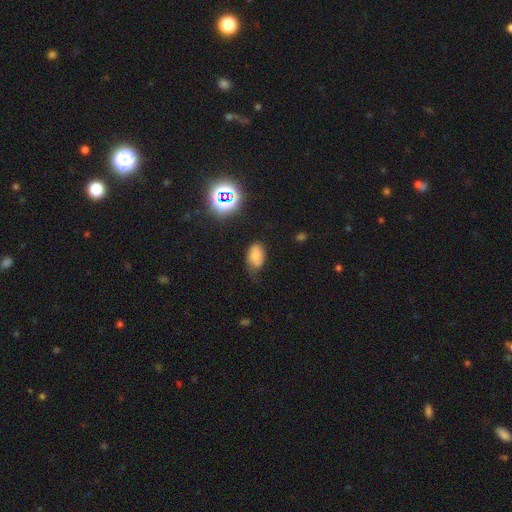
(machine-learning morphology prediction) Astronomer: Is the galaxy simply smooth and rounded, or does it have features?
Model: smooth — 69%.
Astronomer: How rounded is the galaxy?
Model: in between — 89%.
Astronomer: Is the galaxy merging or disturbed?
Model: none — 57%.